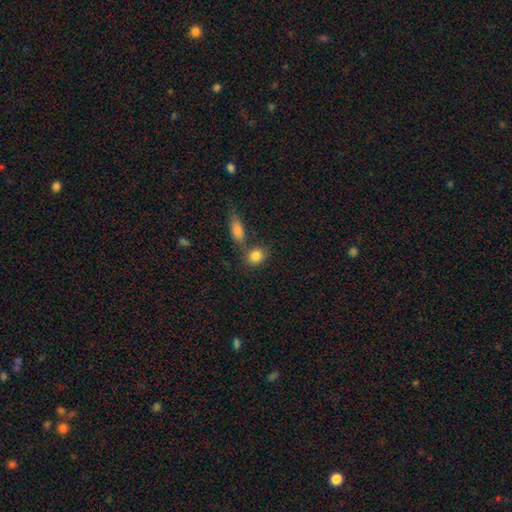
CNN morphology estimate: Overall: smooth (85%). How rounded: round (59%; in between 39%). Merging: none (62%; merger 23%).